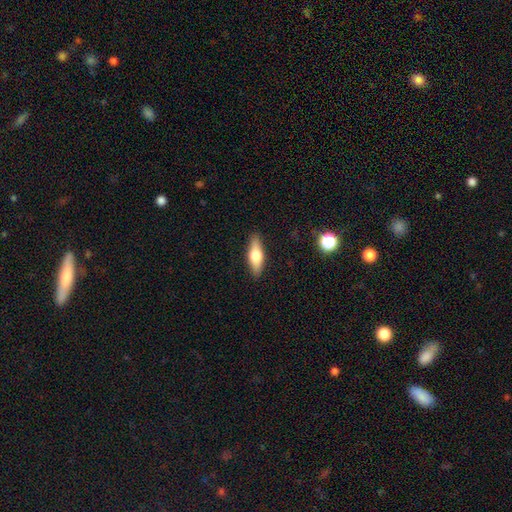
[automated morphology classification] smooth 56%, featured or disk 38%, star or artifact 7%. Down the decision tree: how rounded — in between (53%); merging — none (88%).